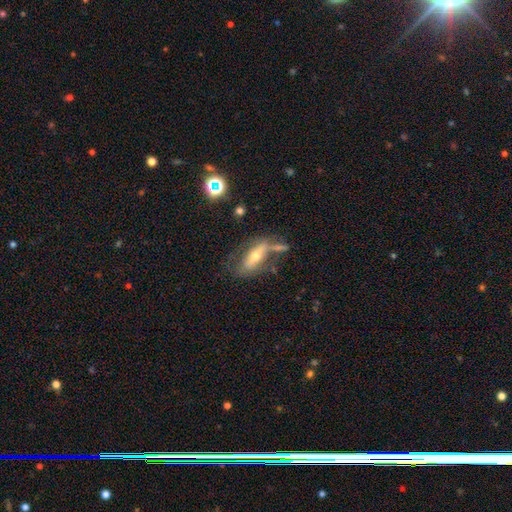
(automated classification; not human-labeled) Smooth or featured? Predicted: featured or disk (p=0.50). Edge-on disk? Predicted: no (p=0.62). Merging? Predicted: none (p=0.42).